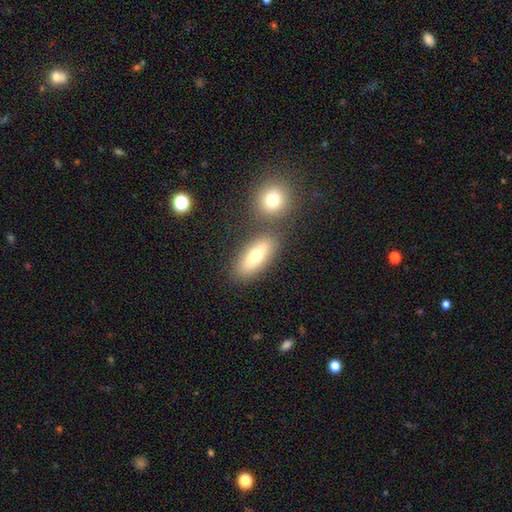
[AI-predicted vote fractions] The model was most divided on "smooth or featured": smooth: 69%, featured or disk: 23%, star or artifact: 8%. More confident: how rounded — in between (74%); merging — none (71%).